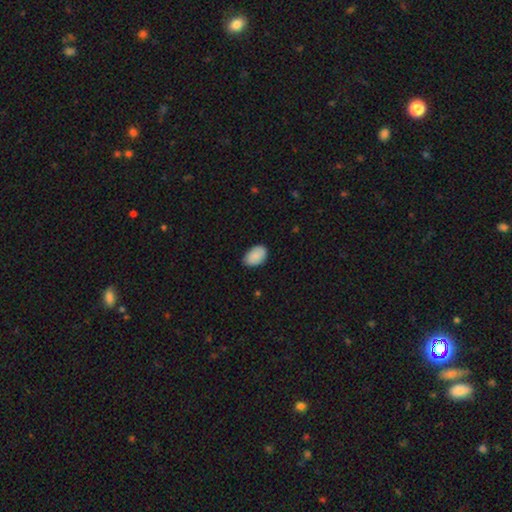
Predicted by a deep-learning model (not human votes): Q: Smooth or featured?
A: smooth (90%); runner-up: star or artifact (6%)
Q: How rounded?
A: in between (91%); runner-up: round (7%)
Q: Merging?
A: none (78%); runner-up: minor disturbance (18%)